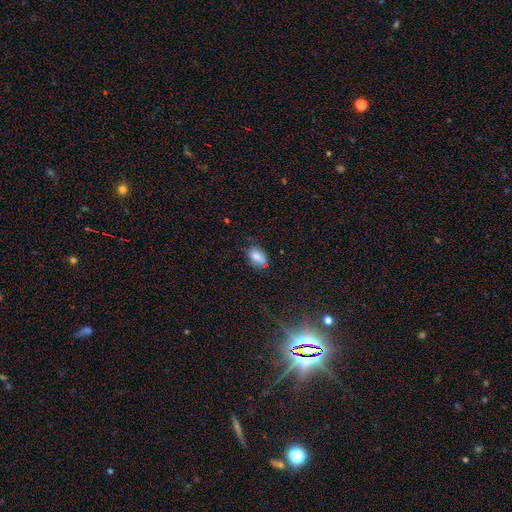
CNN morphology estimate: smooth 79%, featured or disk 11%, star or artifact 10%. Down the decision tree: how rounded — in between (88%); merging — none (70%).